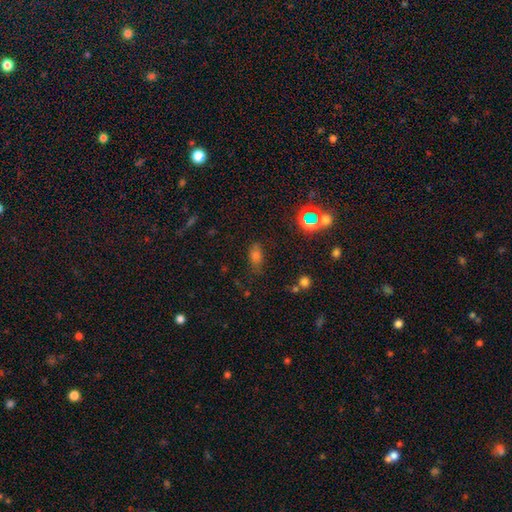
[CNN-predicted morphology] smooth-or-featured: smooth: 60% | star or artifact: 28% | featured or disk: 12%
  how-rounded: in between: 79% | round: 13% | cigar-shaped: 8%
  merging: none: 73% | minor disturbance: 17% | major disturbance: 6% | merger: 4%